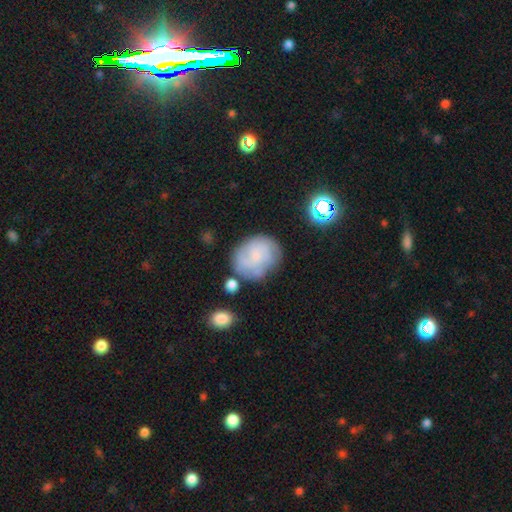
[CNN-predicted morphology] Smooth or featured? Predicted: featured or disk (p=0.49). Merging? Predicted: none (p=0.65).